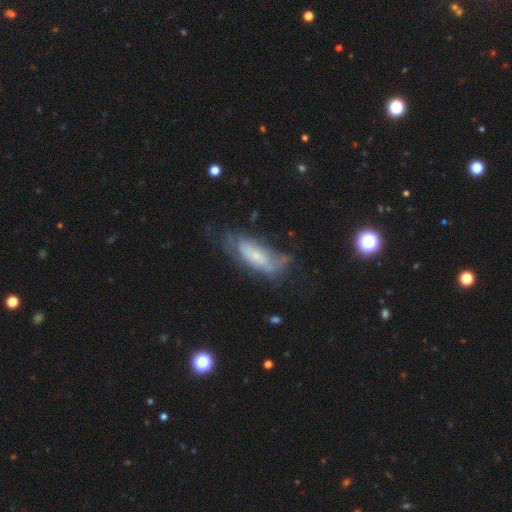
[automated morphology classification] Smooth or featured?
  - featured or disk: 49% *
  - smooth: 42%
  - star or artifact: 9%
Merging?
  - none: 42% *
  - minor disturbance: 29%
  - major disturbance: 25%
  - merger: 5%